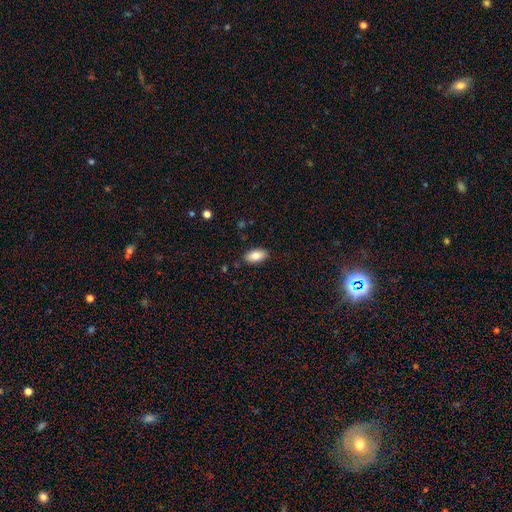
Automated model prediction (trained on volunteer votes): smooth 85%, featured or disk 8%, star or artifact 7%. Down the decision tree: how rounded — in between (93%); merging — none (87%).